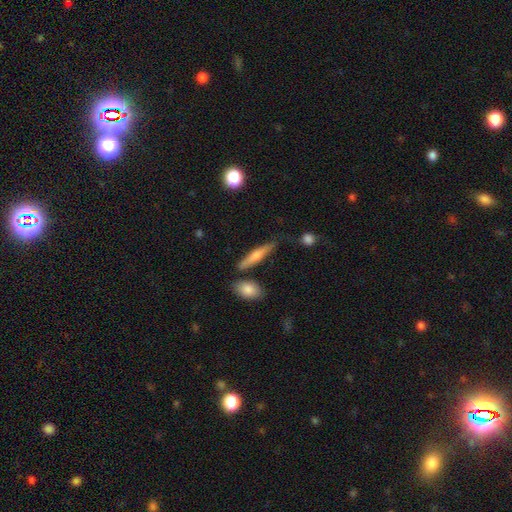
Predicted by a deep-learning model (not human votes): Smooth or featured?
  - smooth: 65% *
  - featured or disk: 29%
  - star or artifact: 6%
How rounded?
  - cigar-shaped: 81% *
  - in between: 16%
  - round: 3%
Merging?
  - none: 73% *
  - minor disturbance: 16%
  - merger: 8%
  - major disturbance: 4%